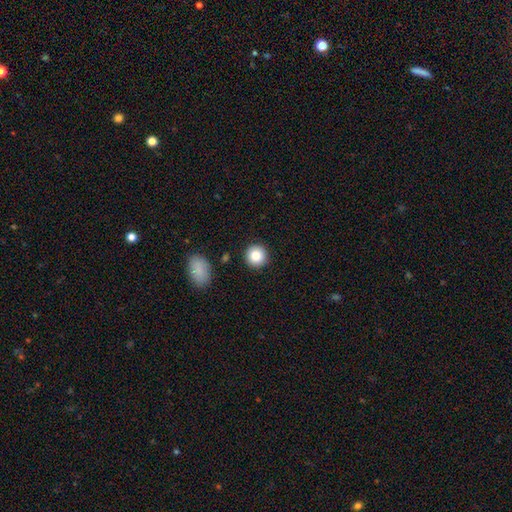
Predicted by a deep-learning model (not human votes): Q: Smooth or featured?
A: smooth (85%); runner-up: star or artifact (9%)
Q: How rounded?
A: round (93%); runner-up: in between (6%)
Q: Merging?
A: none (90%); runner-up: minor disturbance (6%)